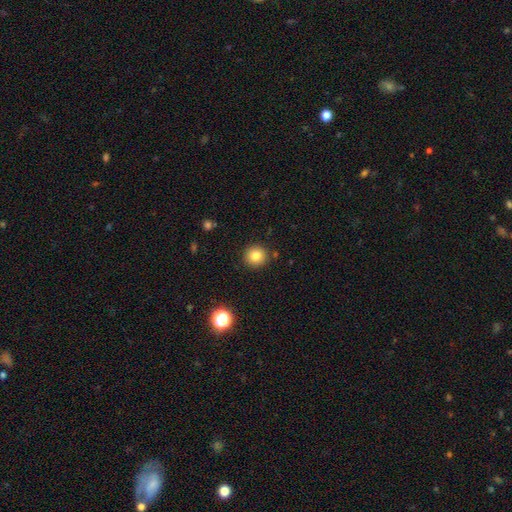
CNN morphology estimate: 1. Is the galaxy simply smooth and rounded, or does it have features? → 81% smooth, 12% star or artifact, 7% featured or disk.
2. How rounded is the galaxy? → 94% round, 5% in between, 1% cigar-shaped.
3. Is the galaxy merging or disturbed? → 90% none, 6% minor disturbance, 2% merger, 2% major disturbance.